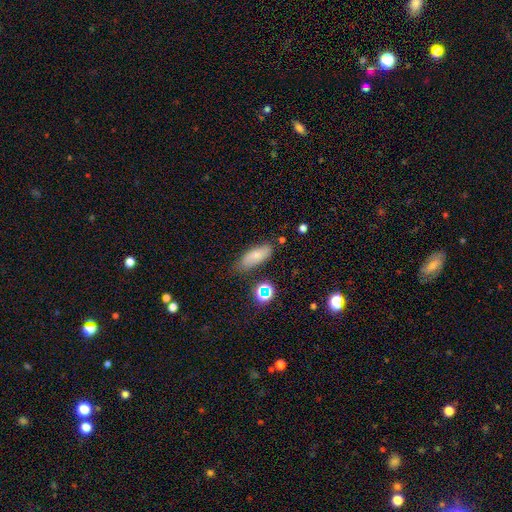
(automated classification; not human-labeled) smooth-or-featured: smooth: 72% | featured or disk: 17% | star or artifact: 12%
  how-rounded: in between: 75% | cigar-shaped: 22% | round: 4%
  merging: none: 70% | minor disturbance: 21% | major disturbance: 5% | merger: 4%